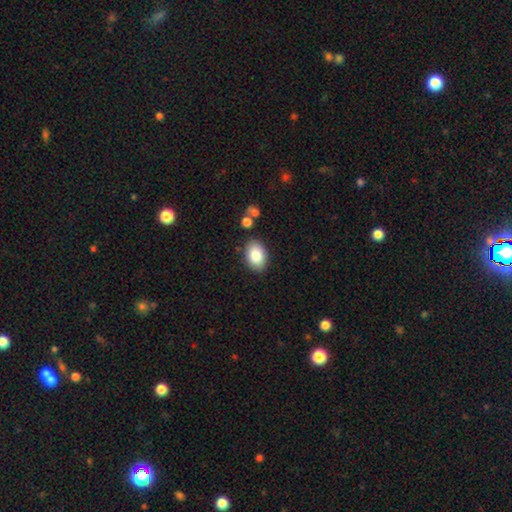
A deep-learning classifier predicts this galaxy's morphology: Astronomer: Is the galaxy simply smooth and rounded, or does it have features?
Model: smooth — 84%.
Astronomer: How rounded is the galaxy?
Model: in between — 84%.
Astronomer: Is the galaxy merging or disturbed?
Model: none — 84%.